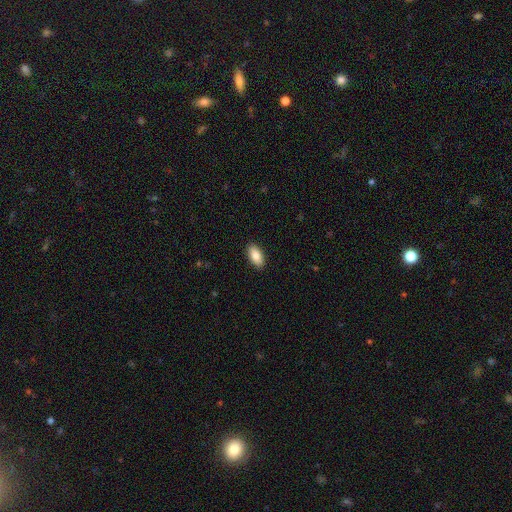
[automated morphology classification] This appears to be a smooth galaxy with no disk features (87%) that is in between round and cigar-shaped (92%). Merging: none (90%).